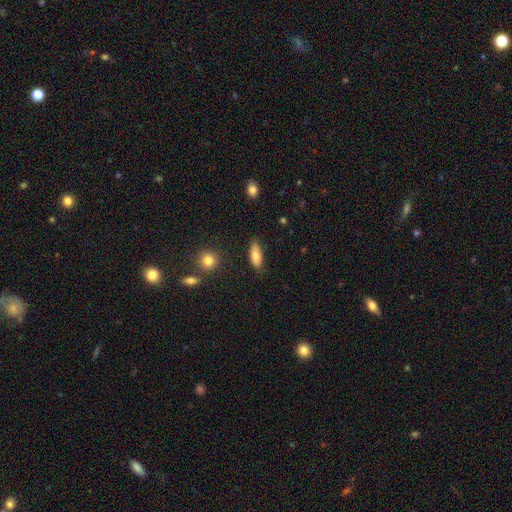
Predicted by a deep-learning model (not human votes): A smooth galaxy with no disk features (79%) that is in between round and cigar-shaped (67%).

Vote fractions:
- Smooth or featured? smooth: 79% / featured or disk: 14% / star or artifact: 7%
- How rounded? in between: 67% / cigar-shaped: 30% / round: 3%
- Merging? none: 82% / minor disturbance: 13% / major disturbance: 3% / merger: 2%